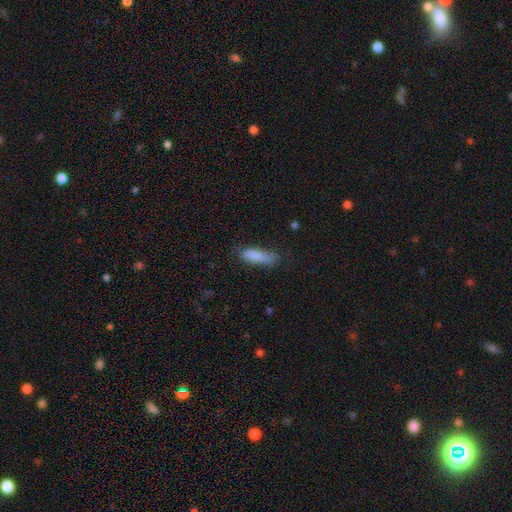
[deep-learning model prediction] A smooth galaxy with no disk features (84%) that is cigar-shaped (51%).

Vote fractions:
- Smooth or featured? smooth: 84% / featured or disk: 8% / star or artifact: 7%
- How rounded? cigar-shaped: 51% / in between: 47% / round: 2%
- Merging? none: 59% / minor disturbance: 29% / major disturbance: 9% / merger: 3%